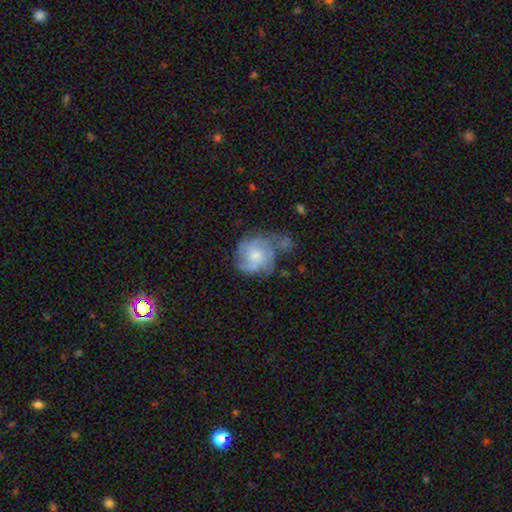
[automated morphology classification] featured or disk 65%, smooth 28%, star or artifact 7%. Down the decision tree: edge-on disk — no (98%); bar — no (75%); spiral arms — yes (82%); spiral arm count — can't tell (34%); spiral winding — tight (43%); bulge size — small (46%); merging — none (40%).